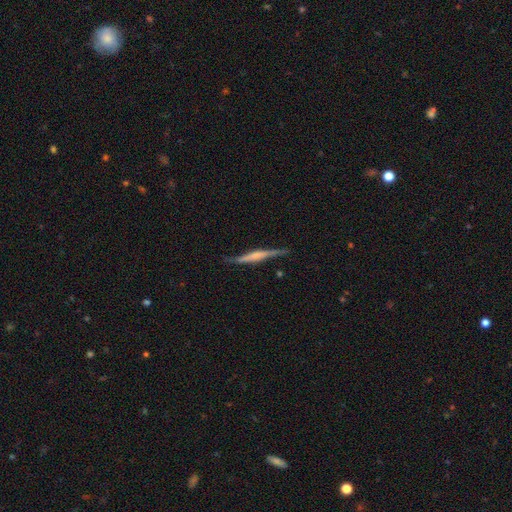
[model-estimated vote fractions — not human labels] Overall: featured or disk (70%). Edge-on disk: yes (94%). Edge-on bulge: rounded (47%; boxy 28%). Merging: none (75%).